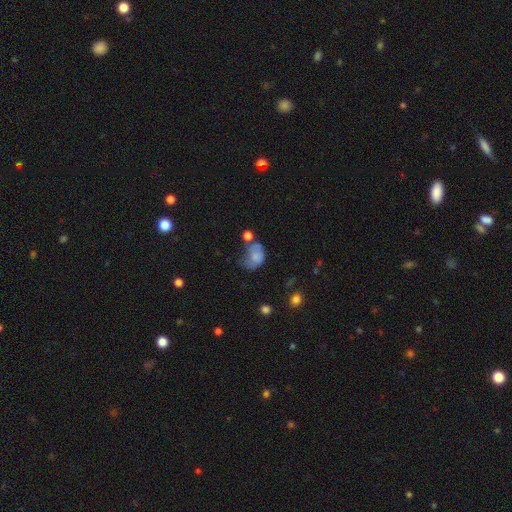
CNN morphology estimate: smooth 63%, featured or disk 27%, star or artifact 11%. Down the decision tree: how rounded — in between (72%); merging — major disturbance (31%).